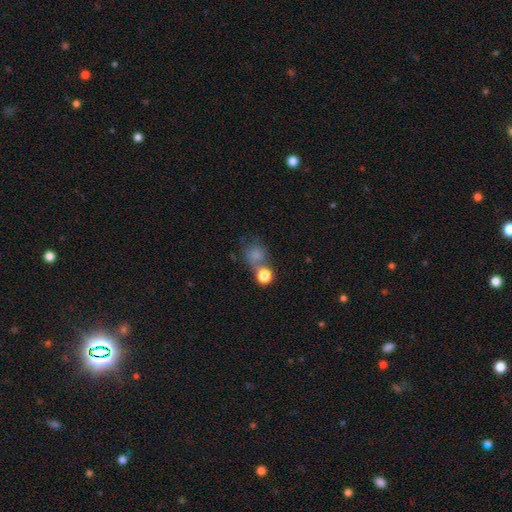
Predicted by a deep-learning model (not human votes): A smooth galaxy with no disk features (74%) that is round (74%). Merging: none (42%).